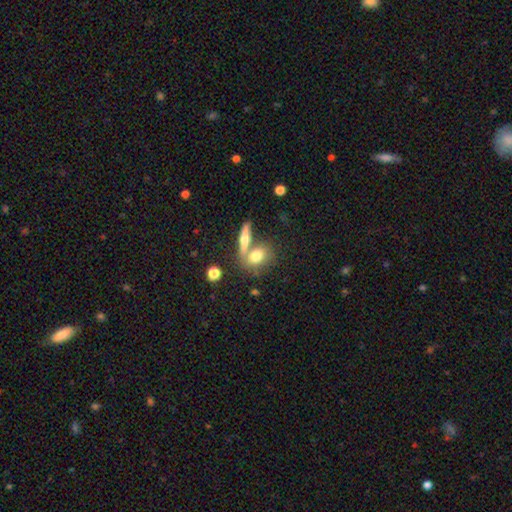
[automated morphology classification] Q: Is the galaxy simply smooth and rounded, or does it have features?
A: smooth — 69%.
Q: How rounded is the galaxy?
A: in between — 59%.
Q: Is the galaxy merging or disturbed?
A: none — 48%.